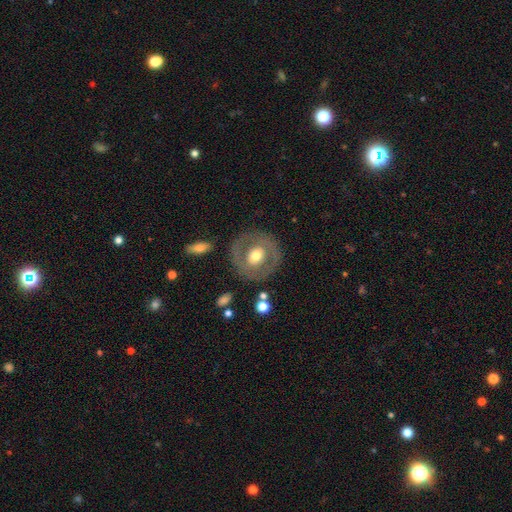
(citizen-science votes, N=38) This appears to be a featured or disk galaxy (50%) with no bar (78%), no spiral arms (83%) and a moderate central bulge (67%). Merging: none (86%).